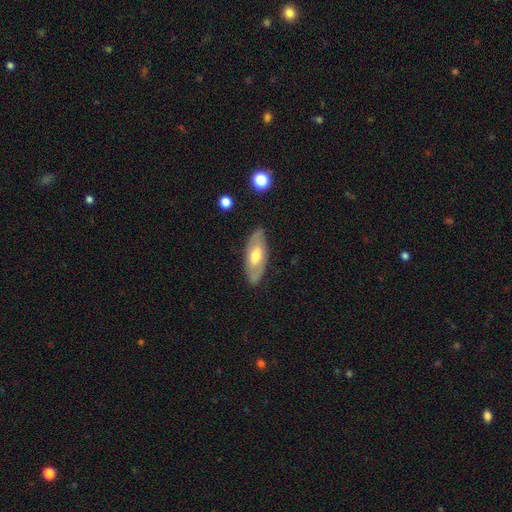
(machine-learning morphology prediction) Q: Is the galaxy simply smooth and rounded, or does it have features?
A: featured or disk — 54%.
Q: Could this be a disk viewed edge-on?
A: no — 79%.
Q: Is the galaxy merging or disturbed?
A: none — 81%.